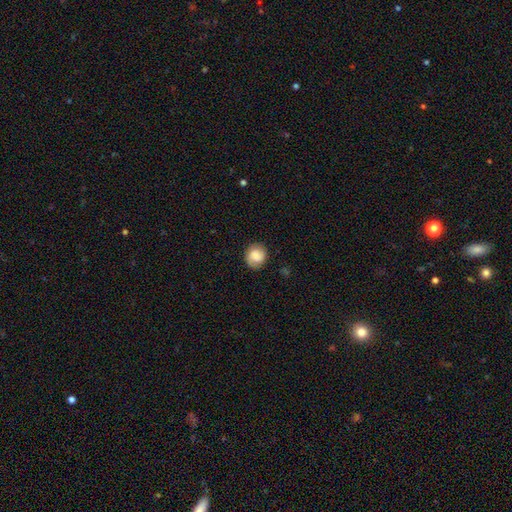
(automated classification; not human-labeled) smooth_or_featured: smooth (p=0.69) [alt: featured or disk p=0.22]
how_rounded: round (p=0.79) [alt: in between p=0.20]
merging: none (p=0.77) [alt: minor disturbance p=0.16]